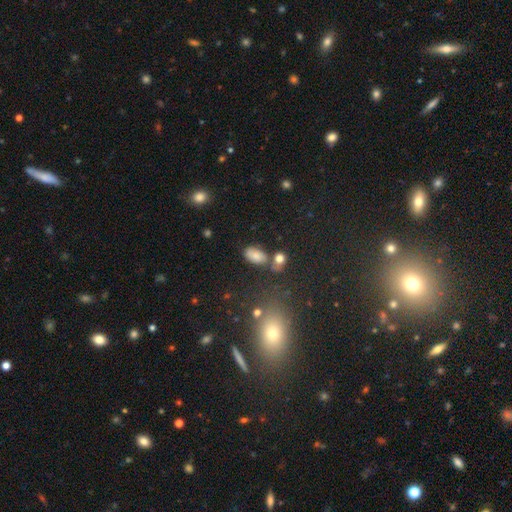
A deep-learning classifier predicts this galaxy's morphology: The model was most divided on "merging": none: 65%, minor disturbance: 16%, merger: 13%, major disturbance: 6%. More confident: how rounded — in between (90%); smooth or featured — smooth (76%).